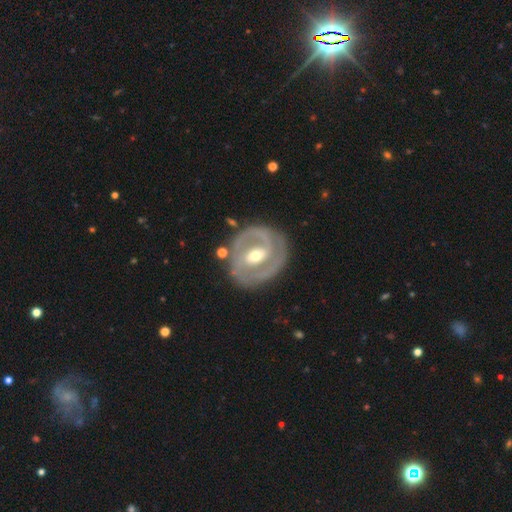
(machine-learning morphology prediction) Smooth or featured: featured or disk — 82% (smooth — 13%)
Edge-on disk: no — 96% (yes — 4%)
Bar: weak — 43% (strong — 31%)
Spiral arms: yes — 80% (no — 20%)
Spiral winding: tight — 57% (medium — 33%)
Spiral arm count: 2 — 70% (can't tell — 13%)
Bulge size: moderate — 63% (small — 32%)
Merging: none — 78% (minor disturbance — 14%)